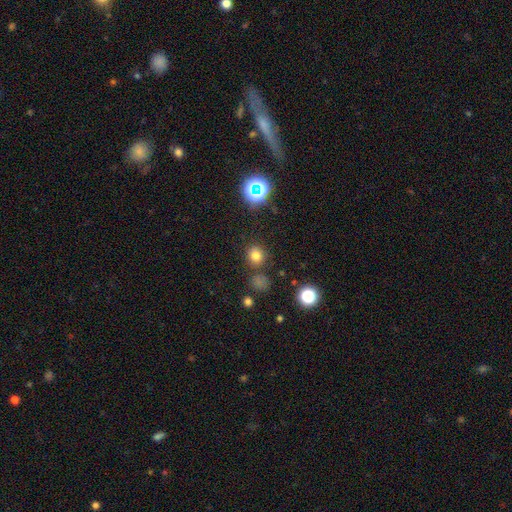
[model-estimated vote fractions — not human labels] smooth 74%, star or artifact 20%, featured or disk 6%. Down the decision tree: how rounded — round (84%); merging — none (82%).